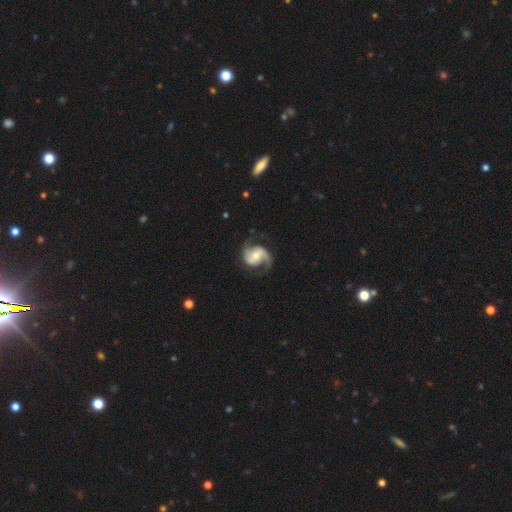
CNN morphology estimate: Smooth or featured?
  - featured or disk: 84% *
  - smooth: 11%
  - star or artifact: 5%
Edge-on disk?
  - no: 98% *
  - yes: 2%
Bar?
  - no: 46% *
  - weak: 39%
  - strong: 16%
Spiral arms?
  - yes: 96% *
  - no: 4%
Spiral winding?
  - medium: 47% *
  - loose: 34%
  - tight: 19%
Spiral arm count?
  - 2: 83% *
  - 1: 10%
  - can't tell: 4%
  - 3: 2%
  - 4: 1%
  - more than 4: 1%
Bulge size?
  - moderate: 59% *
  - small: 32%
  - large: 6%
  - none: 2%
  - dominant: 1%
Merging?
  - none: 68% *
  - minor disturbance: 19%
  - major disturbance: 12%
  - merger: 1%